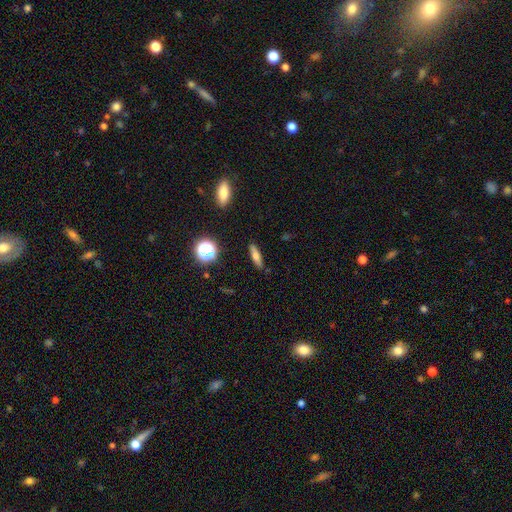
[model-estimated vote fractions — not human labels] The model was most divided on "smooth or featured": smooth: 57%, featured or disk: 31%, star or artifact: 12%. More confident: merging — none (88%); how rounded — cigar-shaped (61%).